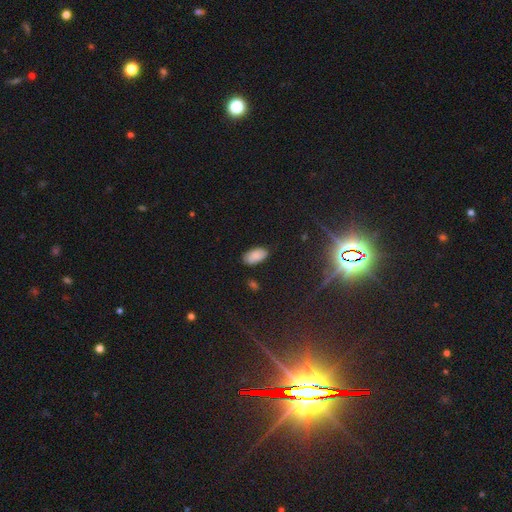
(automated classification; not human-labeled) Morphology: type=smooth (85%); roundness=in between (95%); merging=none (81%).